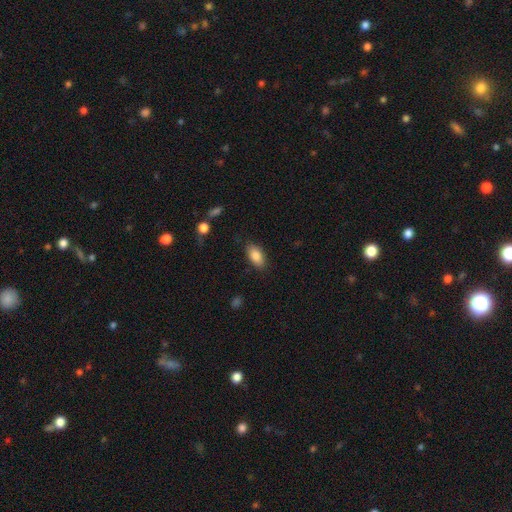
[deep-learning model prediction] Morphology: type=smooth (86%); roundness=in between (92%); merging=none (84%).